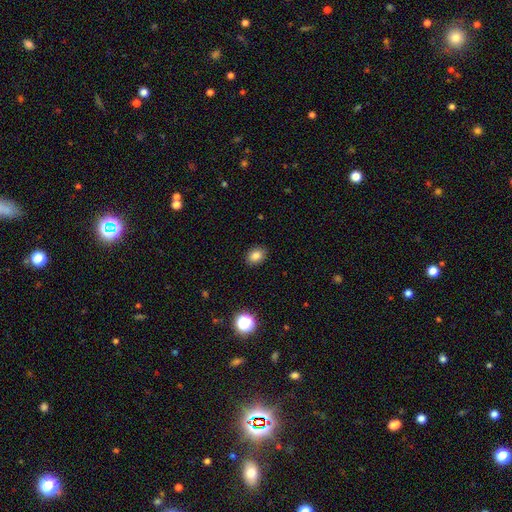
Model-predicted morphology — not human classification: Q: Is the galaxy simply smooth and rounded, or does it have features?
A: smooth — 83%.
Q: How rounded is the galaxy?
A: in between — 63%.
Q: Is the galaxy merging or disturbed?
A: none — 89%.